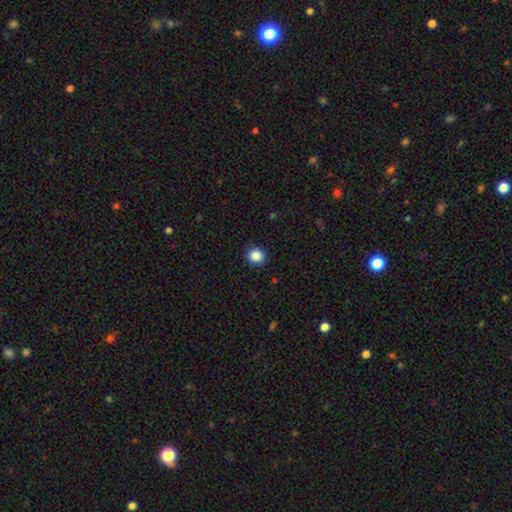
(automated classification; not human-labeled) Smooth or featured? Predicted: smooth (p=0.86). How rounded? Predicted: round (p=0.83). Merging? Predicted: none (p=0.91).